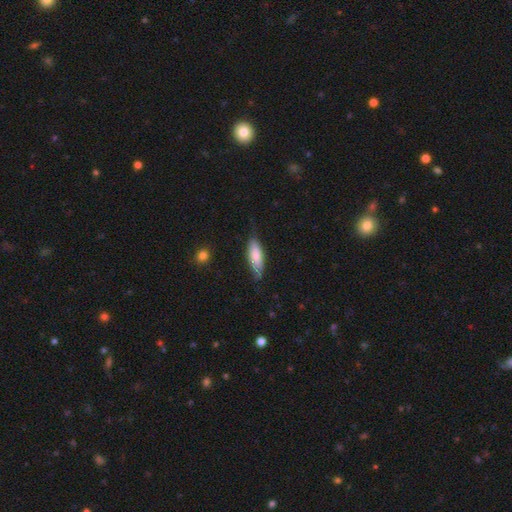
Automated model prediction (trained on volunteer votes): The model was most divided on "how rounded": in between: 60%, cigar-shaped: 39%, round: 2%. More confident: smooth or featured — smooth (75%); merging — none (65%).